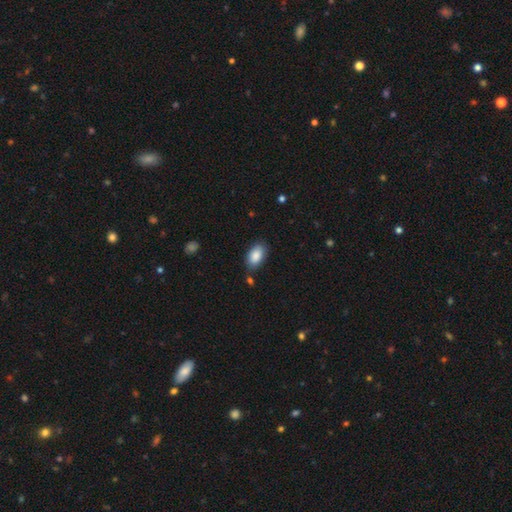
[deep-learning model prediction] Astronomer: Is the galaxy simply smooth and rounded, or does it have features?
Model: smooth — 88%.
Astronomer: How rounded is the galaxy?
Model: in between — 94%.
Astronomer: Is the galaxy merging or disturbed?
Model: none — 80%.